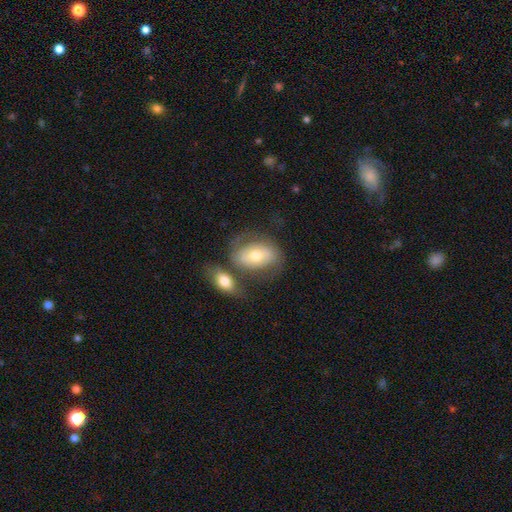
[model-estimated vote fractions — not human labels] This appears to be a smooth galaxy with no disk features (51%) that is in between round and cigar-shaped (85%). Merging: none (44%).